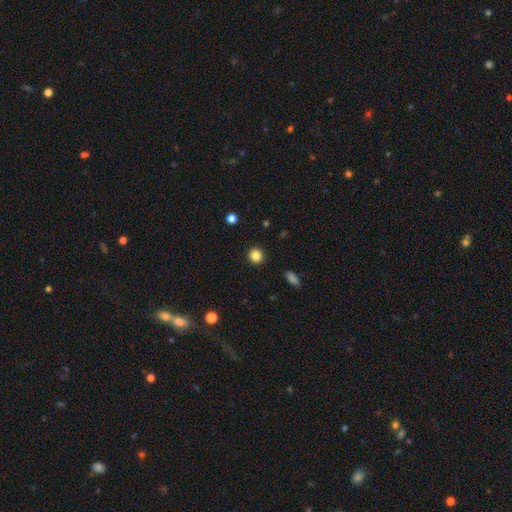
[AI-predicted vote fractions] A smooth galaxy with no disk features (85%) that is round (90%). Merging: none (92%).